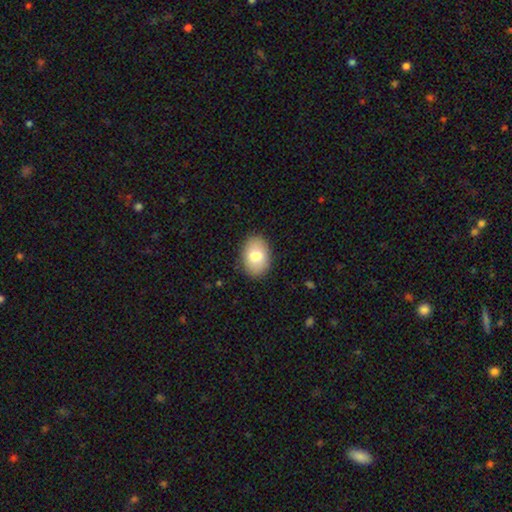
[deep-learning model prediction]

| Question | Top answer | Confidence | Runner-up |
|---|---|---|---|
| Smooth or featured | smooth | 77% | featured or disk (16%) |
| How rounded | in between | 79% | round (20%) |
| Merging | none | 88% | minor disturbance (9%) |